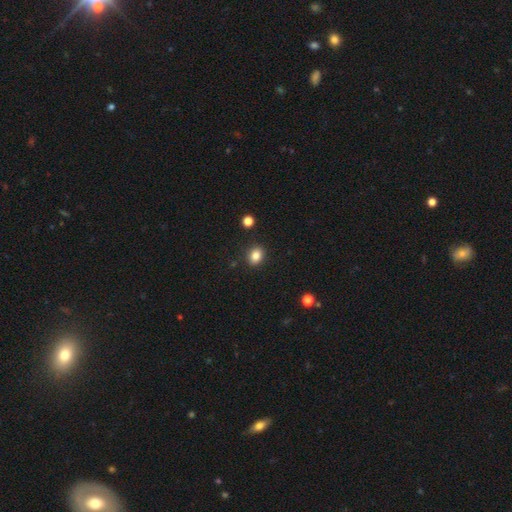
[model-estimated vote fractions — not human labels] Overall: smooth (84%). How rounded: in between (57%; round 42%). Merging: none (88%).